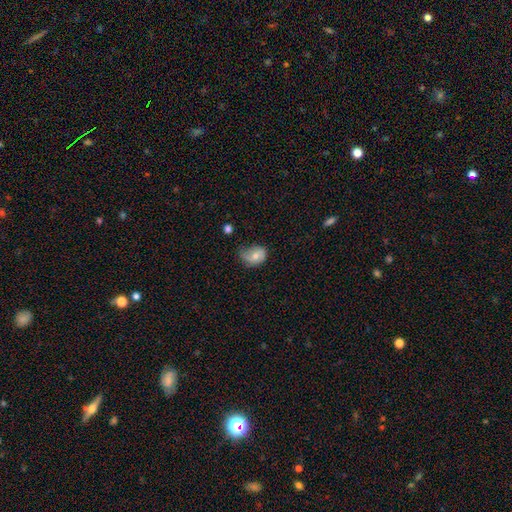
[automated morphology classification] Smooth or featured: smooth — 62% (featured or disk — 30%)
How rounded: in between — 61% (round — 38%)
Merging: minor disturbance — 42% (none — 36%)